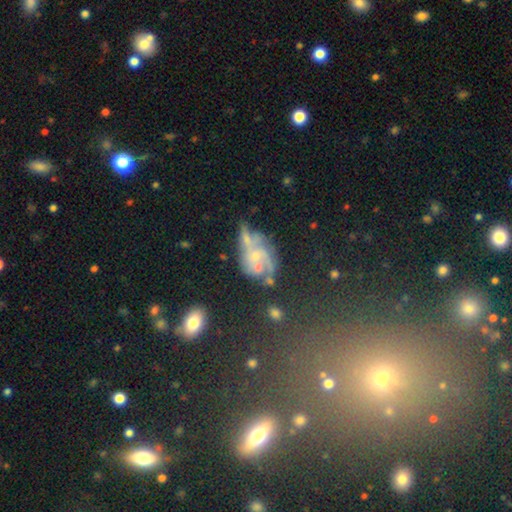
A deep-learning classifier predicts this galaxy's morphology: featured or disk 62%, smooth 24%, star or artifact 14%. Down the decision tree: edge-on disk — no (96%); bar — no (75%); spiral arms — yes (71%); bulge size — small (61%); merging — none (36%).